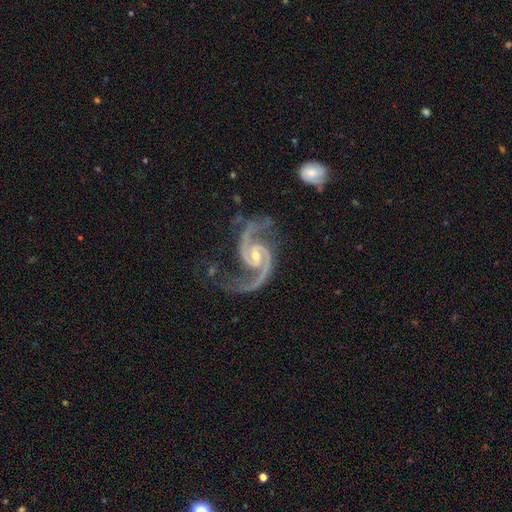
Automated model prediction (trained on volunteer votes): featured or disk 94%, star or artifact 4%, smooth 2%. Down the decision tree: edge-on disk — no (98%); bar — no (46%); spiral arms — yes (99%); spiral arm count — 2 (93%); spiral winding — medium (62%); bulge size — small (49%); merging — none (64%).